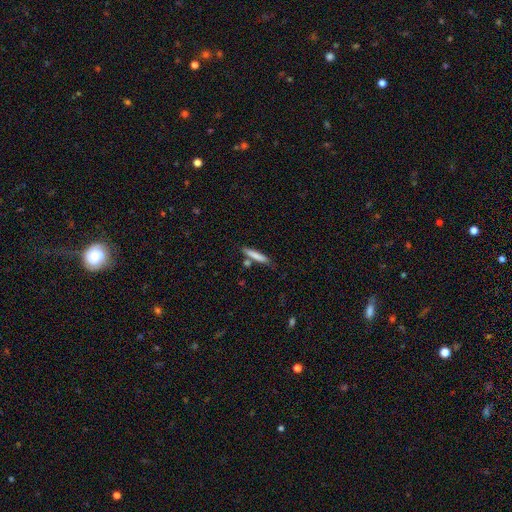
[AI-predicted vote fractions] Smooth or featured: smooth — 78% (featured or disk — 16%)
How rounded: cigar-shaped — 92% (in between — 7%)
Merging: none — 78% (minor disturbance — 12%)